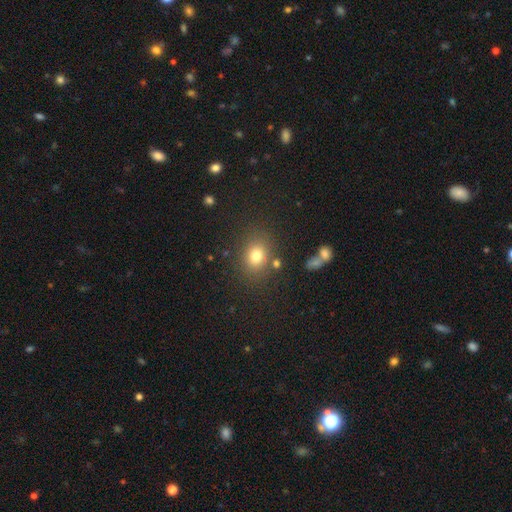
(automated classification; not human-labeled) Smooth or featured: smooth — 76% (star or artifact — 15%)
How rounded: round — 55% (in between — 44%)
Merging: none — 79% (minor disturbance — 11%)